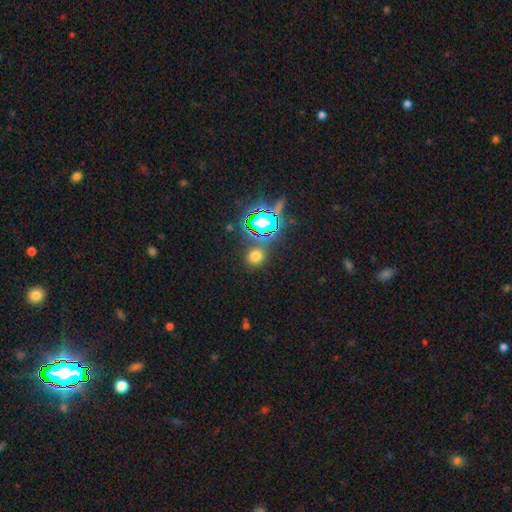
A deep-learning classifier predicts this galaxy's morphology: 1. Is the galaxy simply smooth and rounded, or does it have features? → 61% smooth, 32% star or artifact, 7% featured or disk.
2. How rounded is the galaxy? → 80% round, 18% in between, 2% cigar-shaped.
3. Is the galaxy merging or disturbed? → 82% none, 9% minor disturbance, 6% merger, 4% major disturbance.